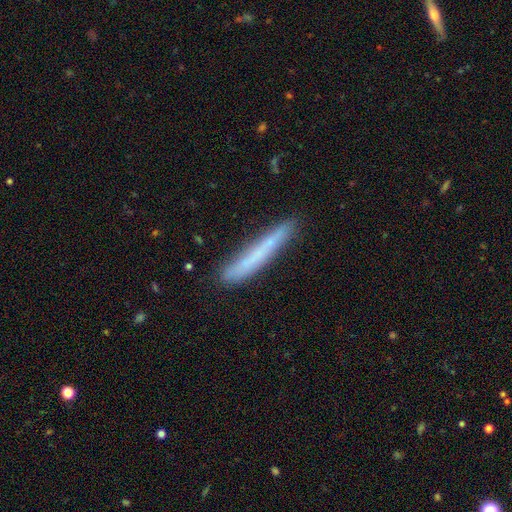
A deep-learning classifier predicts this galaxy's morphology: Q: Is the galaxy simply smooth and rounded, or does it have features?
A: smooth — 60%.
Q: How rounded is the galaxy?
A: cigar-shaped — 96%.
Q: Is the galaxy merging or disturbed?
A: none — 81%.